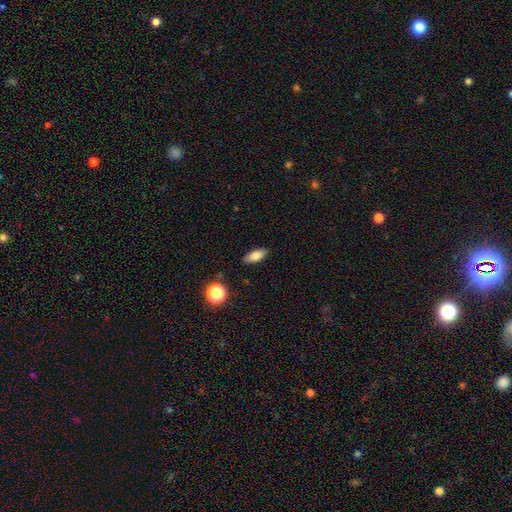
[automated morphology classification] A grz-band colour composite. It shows a smooth galaxy with no disk features (81%) that is in between round and cigar-shaped (81%). Merging: none (86%).